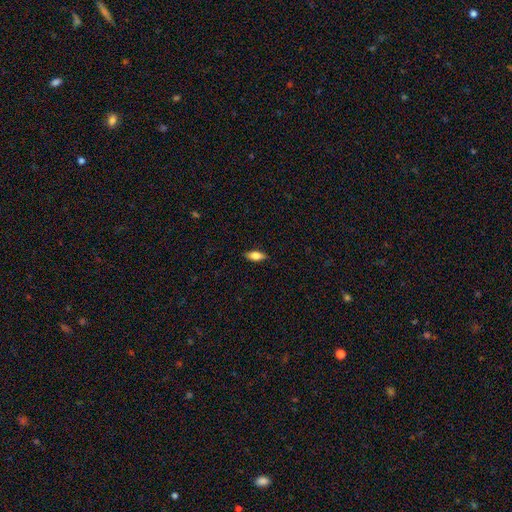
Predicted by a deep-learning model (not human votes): smooth_or_featured: smooth (p=0.69) [alt: featured or disk p=0.24]
how_rounded: in between (p=0.77) [alt: cigar-shaped p=0.20]
merging: none (p=0.88) [alt: minor disturbance p=0.09]